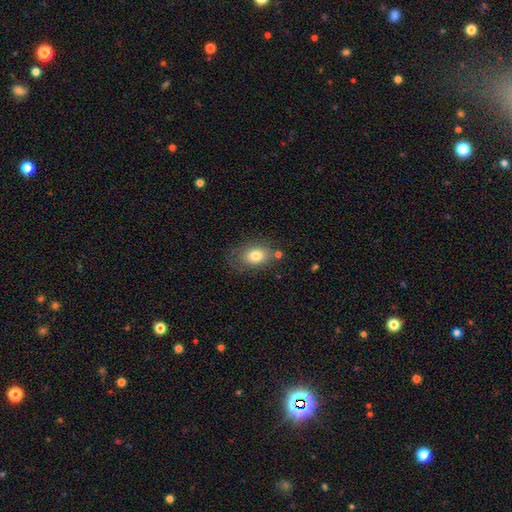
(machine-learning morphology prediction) smooth-or-featured: smooth: 79% | featured or disk: 13% | star or artifact: 9%
  how-rounded: in between: 74% | round: 25% | cigar-shaped: 1%
  merging: none: 66% | minor disturbance: 20% | major disturbance: 8% | merger: 7%